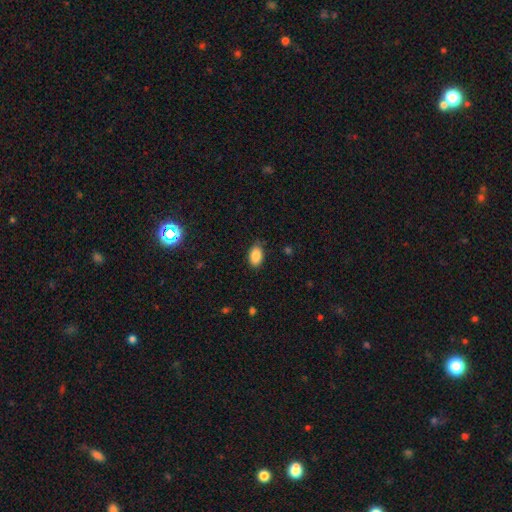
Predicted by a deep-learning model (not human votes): Overall: smooth (88%). How rounded: in between (91%). Merging: none (80%).